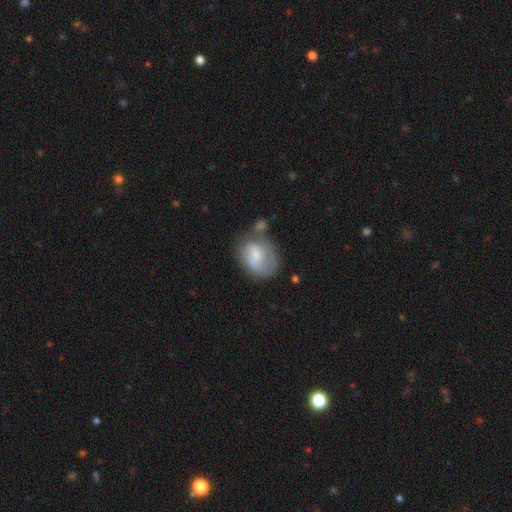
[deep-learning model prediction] Smooth or featured? smooth (61%)
How rounded? in between (60%)
Merging? none (35%)